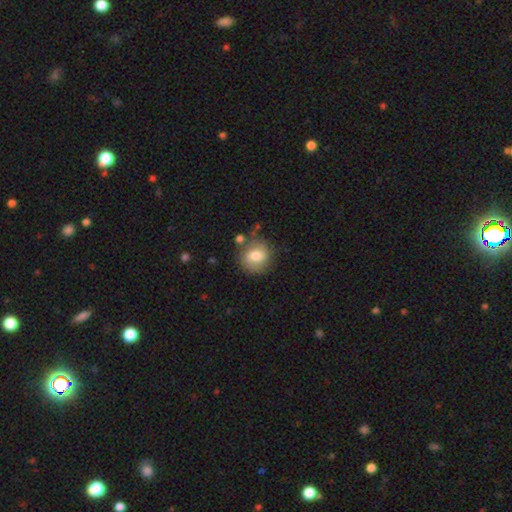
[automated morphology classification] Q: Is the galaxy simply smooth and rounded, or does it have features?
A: smooth — 73%.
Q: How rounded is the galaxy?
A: round — 84%.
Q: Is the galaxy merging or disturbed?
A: none — 74%.